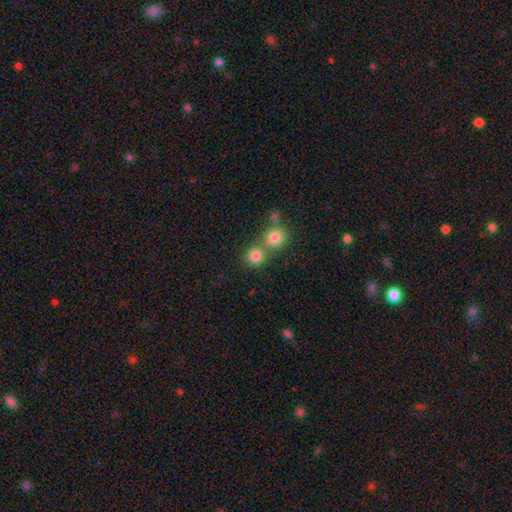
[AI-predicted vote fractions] Smooth or featured: smooth — 81% (star or artifact — 12%)
How rounded: round — 88% (in between — 11%)
Merging: none — 50% (merger — 42%)